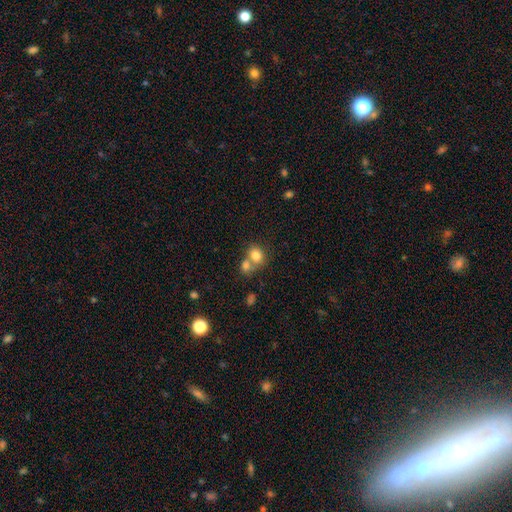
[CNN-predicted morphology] Smooth or featured: smooth — 79% (star or artifact — 11%)
How rounded: round — 65% (in between — 34%)
Merging: merger — 50% (none — 39%)